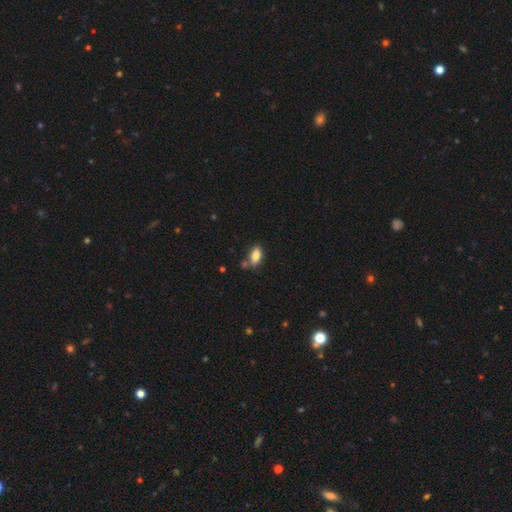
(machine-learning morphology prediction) This is clearly a smooth galaxy (84%). How rounded: clearly in between (90%). Merging: likely none (64%).